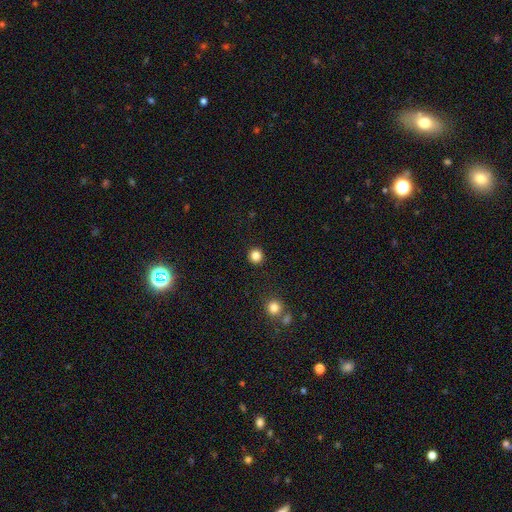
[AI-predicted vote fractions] Smooth or featured: smooth — 84% (star or artifact — 12%)
How rounded: round — 95% (in between — 4%)
Merging: none — 93% (minor disturbance — 4%)